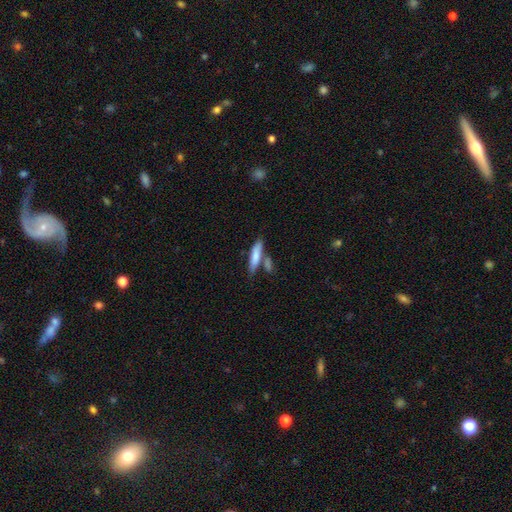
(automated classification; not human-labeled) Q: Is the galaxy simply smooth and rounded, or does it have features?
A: smooth — 77%.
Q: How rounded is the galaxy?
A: cigar-shaped — 73%.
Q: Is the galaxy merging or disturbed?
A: none — 59%.